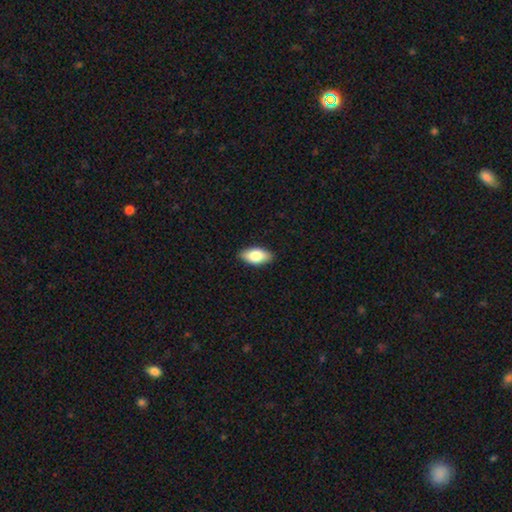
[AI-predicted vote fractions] This is likely a smooth galaxy (80%). How rounded: clearly in between (92%). Merging: clearly none (88%).